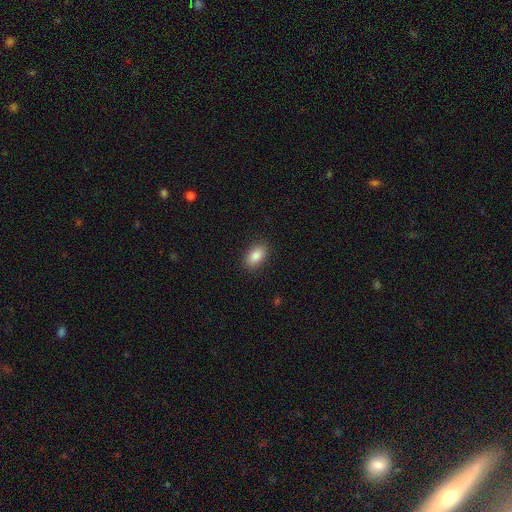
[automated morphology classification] Overall: smooth (87%). How rounded: in between (90%). Merging: none (88%).